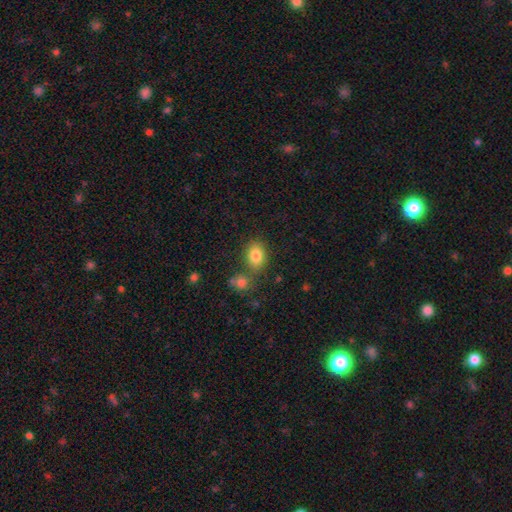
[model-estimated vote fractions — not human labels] Morphology: type=smooth (82%); roundness=in between (69%); merging=none (67%).